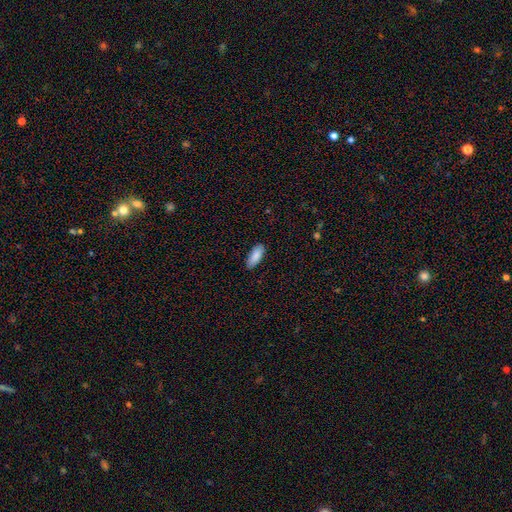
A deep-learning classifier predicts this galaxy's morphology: smooth_or_featured: smooth (p=0.88) [alt: featured or disk p=0.07]
how_rounded: in between (p=0.80) [alt: cigar-shaped p=0.18]
merging: none (p=0.86) [alt: minor disturbance p=0.11]